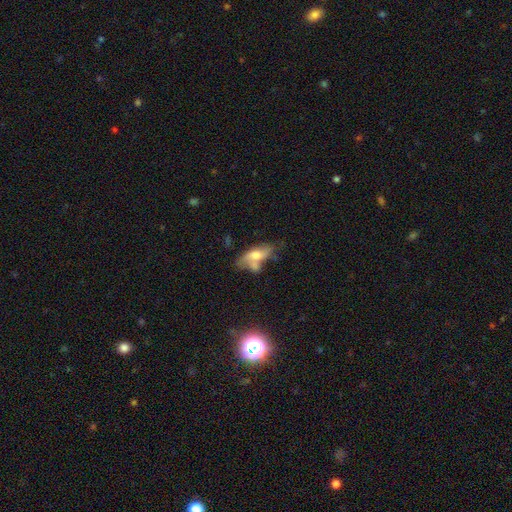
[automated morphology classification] Overall: smooth (49%; featured or disk 41%). Merging: none (32%; merger 30%).